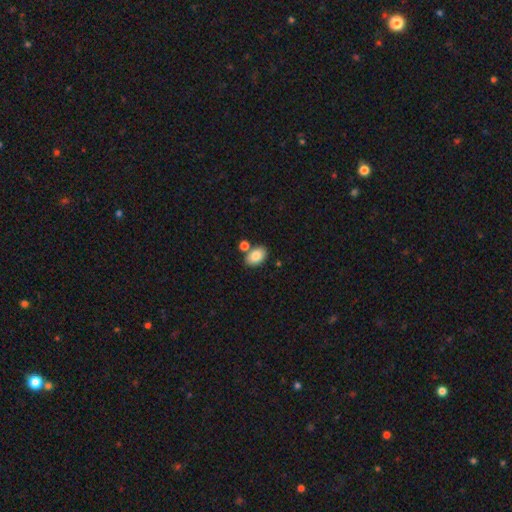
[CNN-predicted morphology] This is clearly a smooth galaxy (85%). How rounded: clearly in between (89%). Merging: likely none (71%).